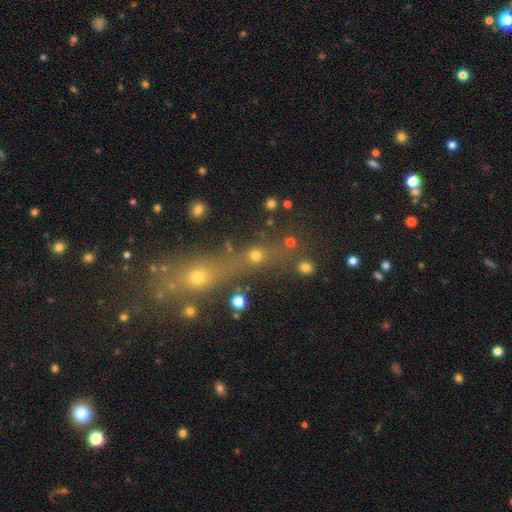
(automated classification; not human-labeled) The model was most divided on "merging": none: 48%, merger: 33%, minor disturbance: 10%, major disturbance: 8%. Remaining: smooth or featured — smooth (49%).